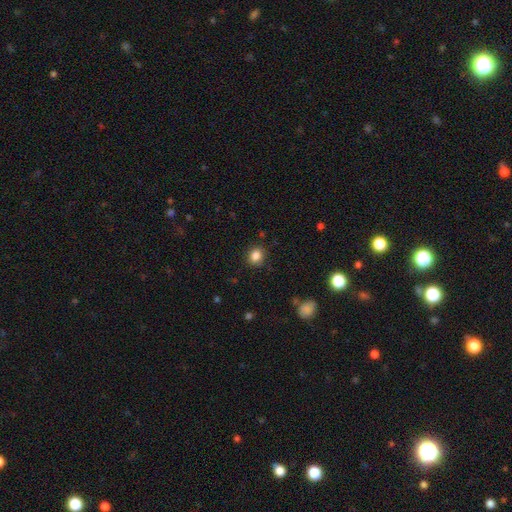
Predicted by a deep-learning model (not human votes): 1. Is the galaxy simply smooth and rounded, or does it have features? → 85% smooth, 11% star or artifact, 4% featured or disk.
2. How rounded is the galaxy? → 70% round, 29% in between, 1% cigar-shaped.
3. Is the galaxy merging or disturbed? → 87% none, 9% minor disturbance, 3% major disturbance, 1% merger.